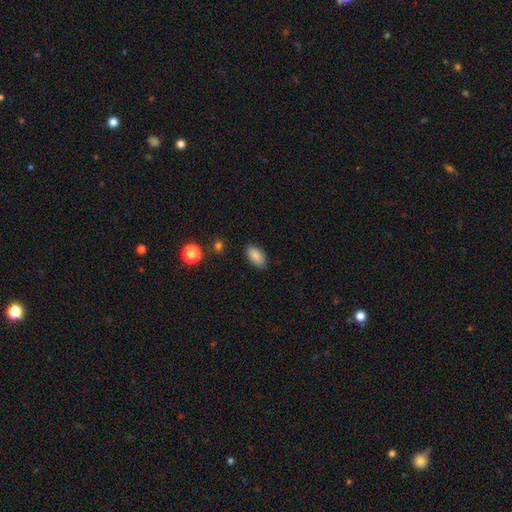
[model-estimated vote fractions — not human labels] A smooth galaxy with no disk features (87%) that is in between round and cigar-shaped (93%).

Vote fractions:
- Smooth or featured? smooth: 87% / star or artifact: 8% / featured or disk: 5%
- How rounded? in between: 93% / round: 4% / cigar-shaped: 3%
- Merging? none: 85% / minor disturbance: 11% / major disturbance: 3% / merger: 2%